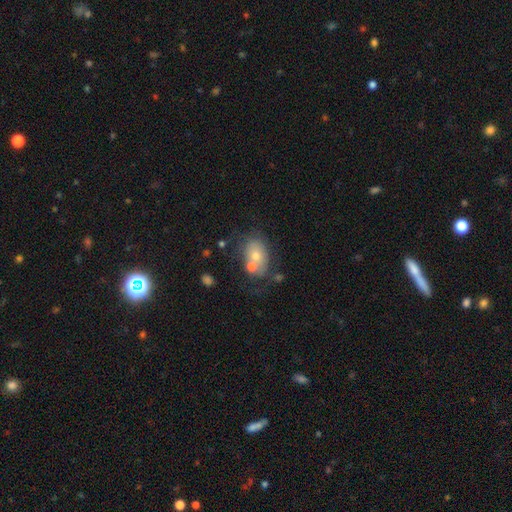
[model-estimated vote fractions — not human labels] smooth-or-featured: smooth: 60% | featured or disk: 28% | star or artifact: 12%
  how-rounded: in between: 69% | round: 29% | cigar-shaped: 1%
  merging: none: 43% | merger: 32% | minor disturbance: 16% | major disturbance: 9%